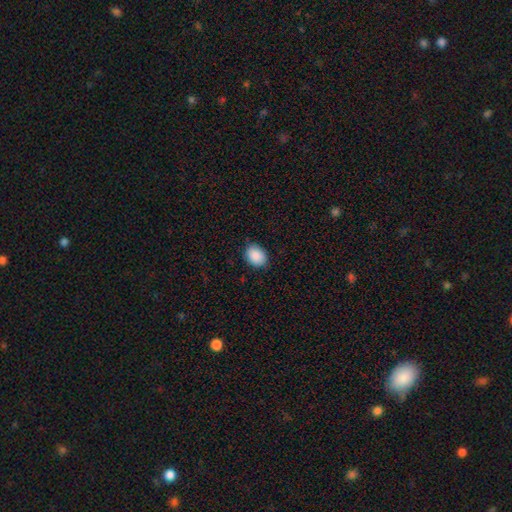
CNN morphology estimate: Smooth or featured? smooth (90%)
How rounded? in between (65%)
Merging? none (85%)